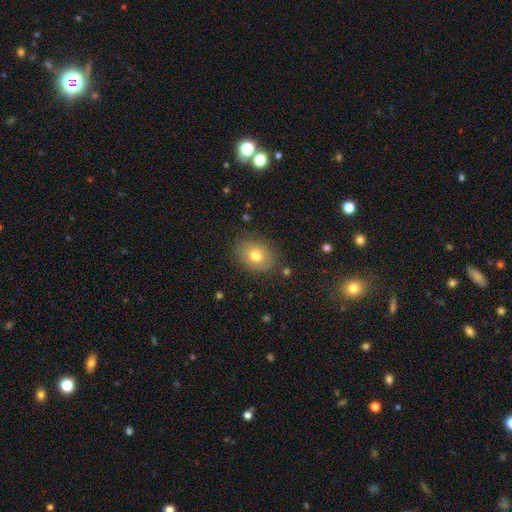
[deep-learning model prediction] A smooth galaxy with no disk features (73%) that is in between round and cigar-shaped (62%).

Vote fractions:
- Smooth or featured? smooth: 73% / featured or disk: 17% / star or artifact: 10%
- How rounded? in between: 62% / round: 37% / cigar-shaped: 1%
- Merging? none: 82% / minor disturbance: 13% / major disturbance: 4% / merger: 2%